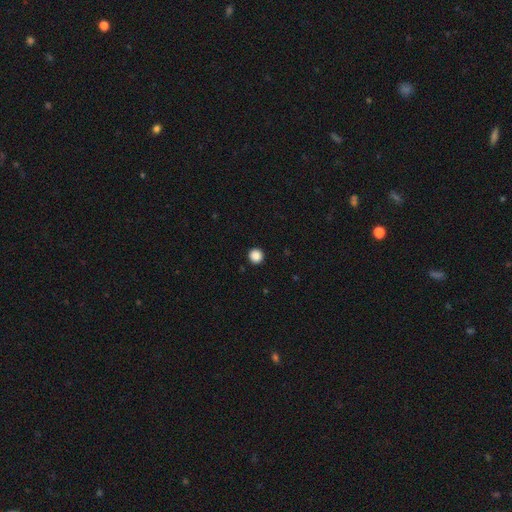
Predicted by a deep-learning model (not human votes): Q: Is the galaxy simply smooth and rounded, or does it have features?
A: smooth — 88%.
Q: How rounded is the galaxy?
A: round — 95%.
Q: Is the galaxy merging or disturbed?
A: none — 94%.